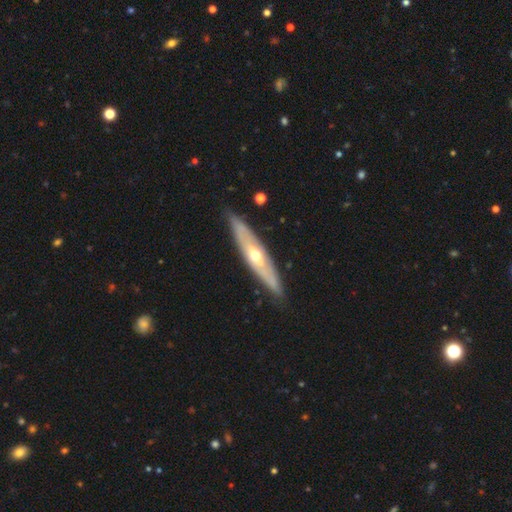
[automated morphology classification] Q: Smooth or featured?
A: featured or disk (66%); runner-up: smooth (29%)
Q: Edge-on disk?
A: yes (60%); runner-up: no (40%)
Q: Merging?
A: none (85%); runner-up: minor disturbance (11%)